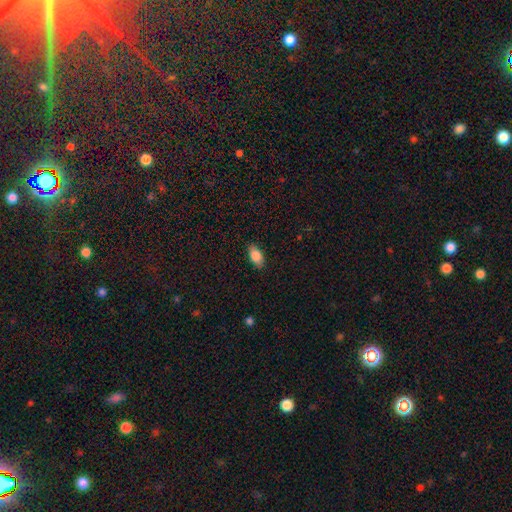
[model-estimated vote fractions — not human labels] This is clearly a smooth galaxy (86%). How rounded: clearly in between (91%). Merging: clearly none (86%).